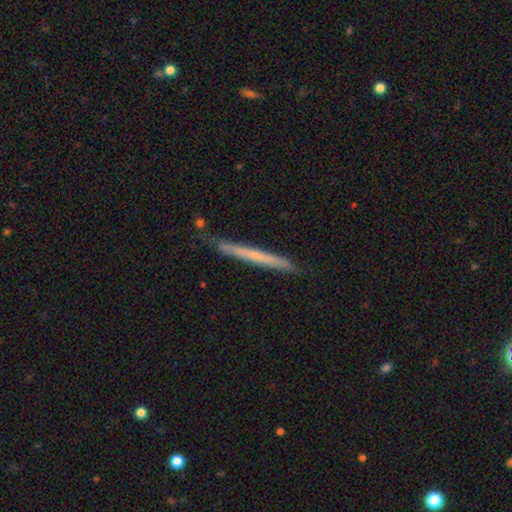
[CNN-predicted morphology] Smooth or featured: smooth — 49% (featured or disk — 45%)
Merging: none — 82% (minor disturbance — 13%)